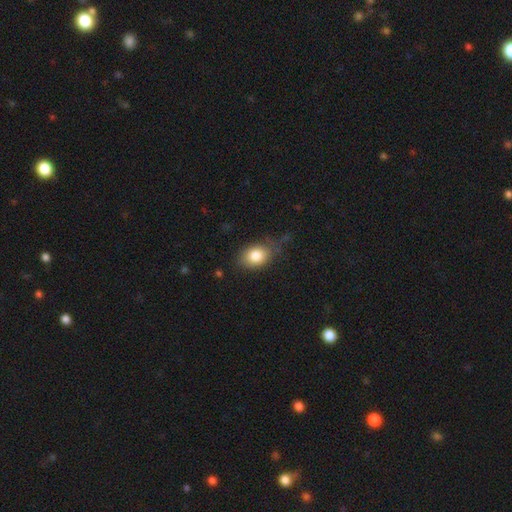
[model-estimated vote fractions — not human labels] smooth-or-featured: smooth: 83% | featured or disk: 9% | star or artifact: 8%
  how-rounded: in between: 71% | round: 28% | cigar-shaped: 1%
  merging: none: 70% | minor disturbance: 21% | major disturbance: 6% | merger: 2%